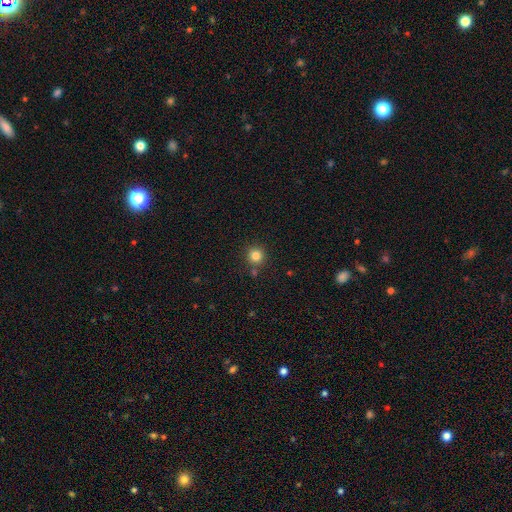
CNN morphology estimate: Q: Smooth or featured?
A: smooth (82%); runner-up: star or artifact (13%)
Q: How rounded?
A: round (94%); runner-up: in between (5%)
Q: Merging?
A: none (82%); runner-up: minor disturbance (8%)